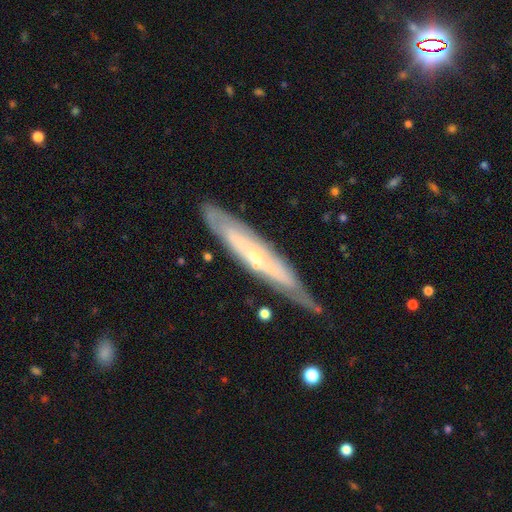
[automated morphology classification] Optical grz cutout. It shows a featured or disk galaxy (70%) viewed edge-on (58%). Merging: none (68%).